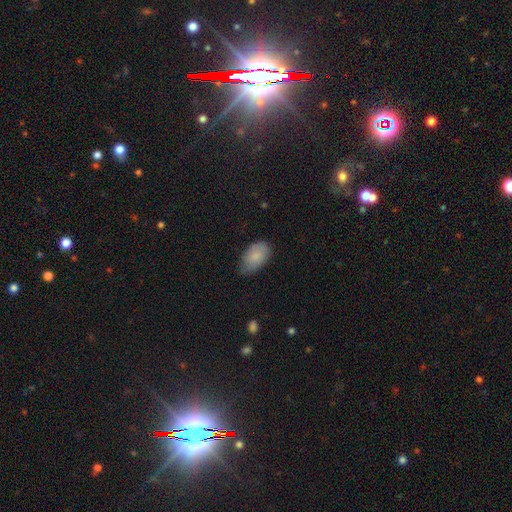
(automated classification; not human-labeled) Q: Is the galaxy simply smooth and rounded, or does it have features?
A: smooth — 80%.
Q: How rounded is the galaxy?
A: in between — 93%.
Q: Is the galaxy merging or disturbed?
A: none — 57%.